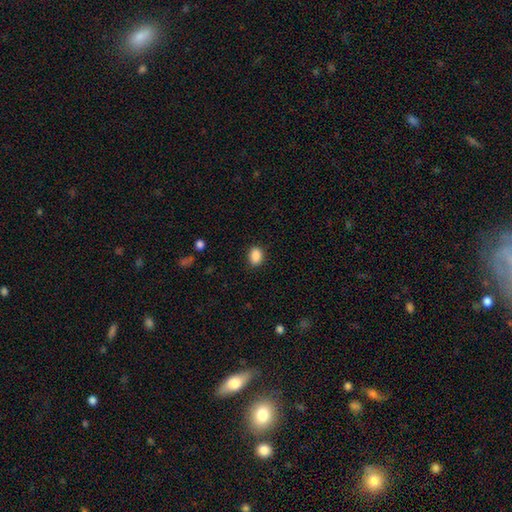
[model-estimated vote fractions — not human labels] smooth_or_featured: smooth (p=0.89) [alt: star or artifact p=0.08]
how_rounded: in between (p=0.73) [alt: round p=0.26]
merging: none (p=0.86) [alt: minor disturbance p=0.10]